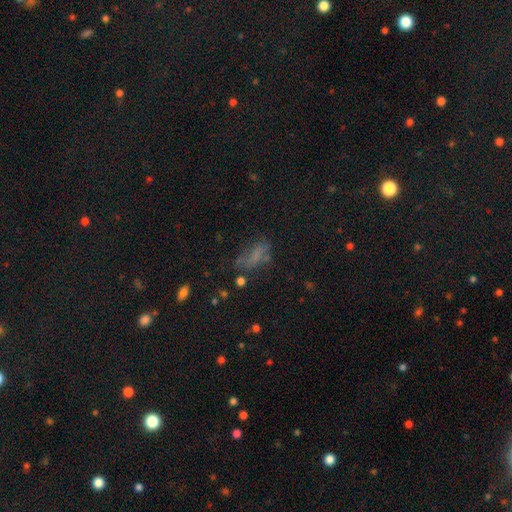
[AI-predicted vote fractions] Smooth or featured?
  - smooth: 53% *
  - featured or disk: 25%
  - star or artifact: 21%
How rounded?
  - in between: 75% *
  - cigar-shaped: 18%
  - round: 7%
Merging?
  - none: 40% *
  - major disturbance: 28%
  - minor disturbance: 25%
  - merger: 7%